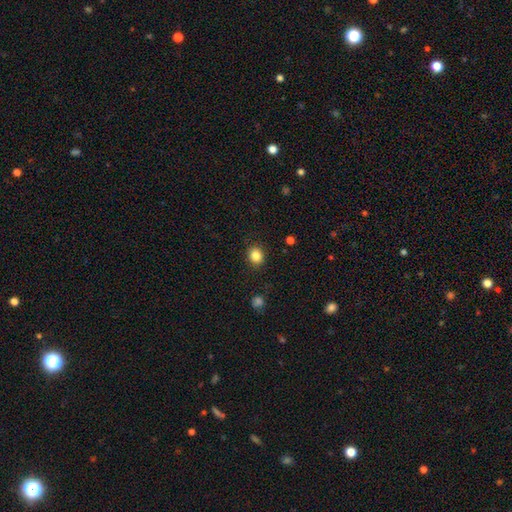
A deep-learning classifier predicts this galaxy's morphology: smooth 85%, star or artifact 10%, featured or disk 5%. Down the decision tree: how rounded — round (67%); merging — none (88%).